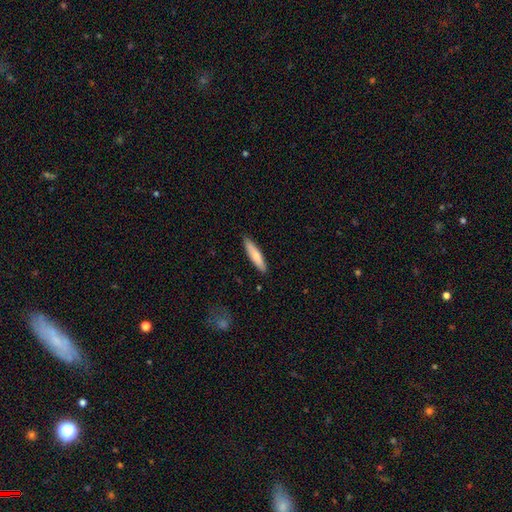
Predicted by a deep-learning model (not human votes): Morphology: type=smooth (75%); roundness=cigar-shaped (81%); merging=none (88%).